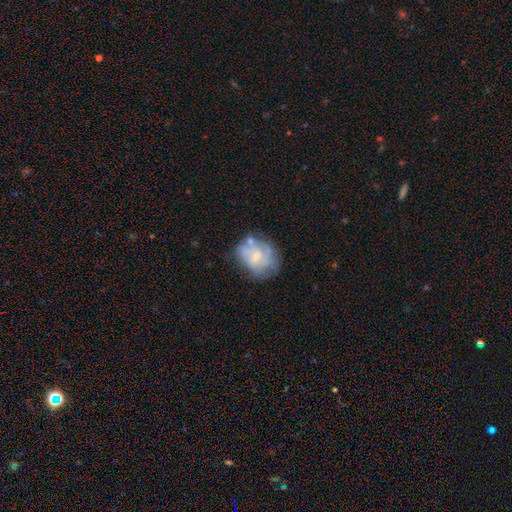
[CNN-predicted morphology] Smooth or featured? Predicted: featured or disk (p=0.60). Edge-on disk? Predicted: no (p=0.98). Bar? Predicted: no (p=0.69). Spiral arms? Predicted: yes (p=0.58). Bulge size? Predicted: small (p=0.59). Merging? Predicted: none (p=0.51).